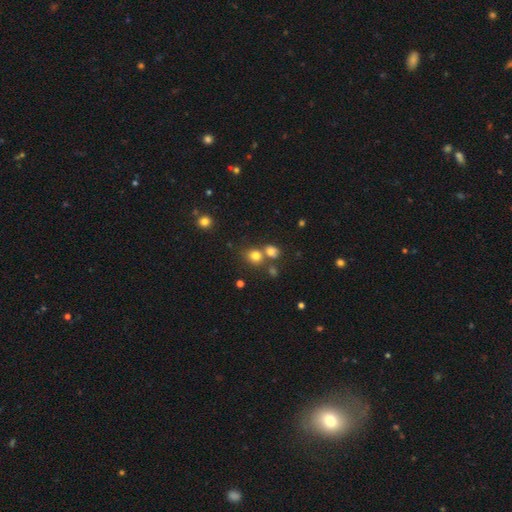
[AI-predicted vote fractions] smooth_or_featured: smooth (p=0.76) [alt: star or artifact p=0.16]
how_rounded: round (p=0.75) [alt: in between p=0.24]
merging: none (p=0.57) [alt: merger p=0.30]